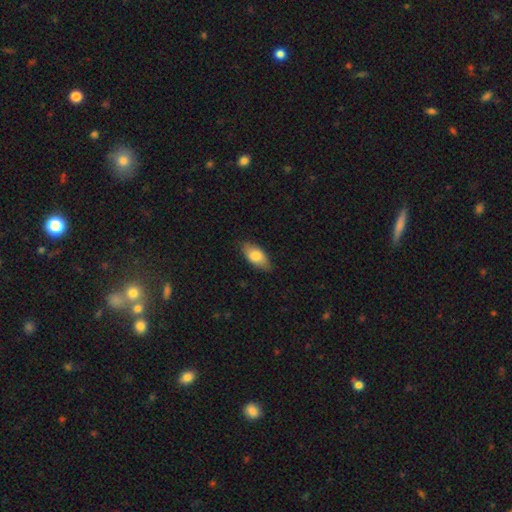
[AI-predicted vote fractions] smooth-or-featured: smooth: 80% | featured or disk: 14% | star or artifact: 6%
  how-rounded: in between: 90% | cigar-shaped: 7% | round: 3%
  merging: none: 84% | minor disturbance: 13% | major disturbance: 2% | merger: 1%